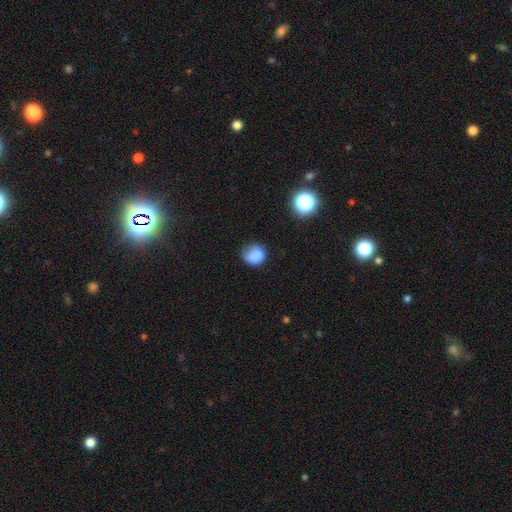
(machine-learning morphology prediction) Overall: smooth (79%). How rounded: round (76%). Merging: none (54%; minor disturbance 31%).